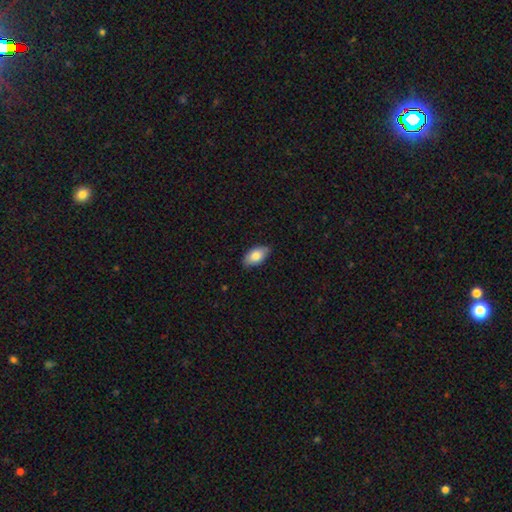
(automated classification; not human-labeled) Overall: smooth (82%). How rounded: in between (93%). Merging: none (82%).